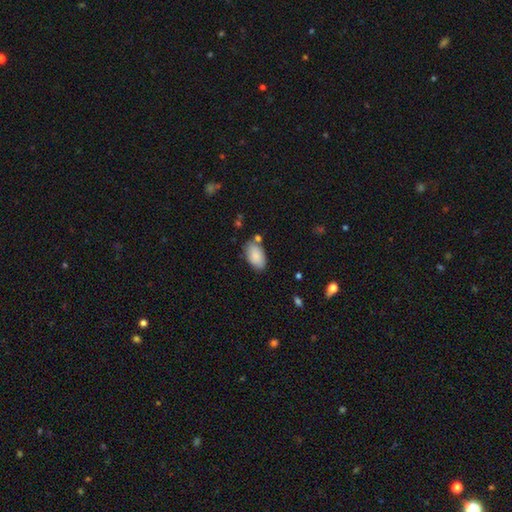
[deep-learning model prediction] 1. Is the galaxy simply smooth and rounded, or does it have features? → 86% smooth, 8% featured or disk, 6% star or artifact.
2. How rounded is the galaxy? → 94% in between, 5% round, 1% cigar-shaped.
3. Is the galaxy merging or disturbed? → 71% none, 18% minor disturbance, 7% merger, 4% major disturbance.